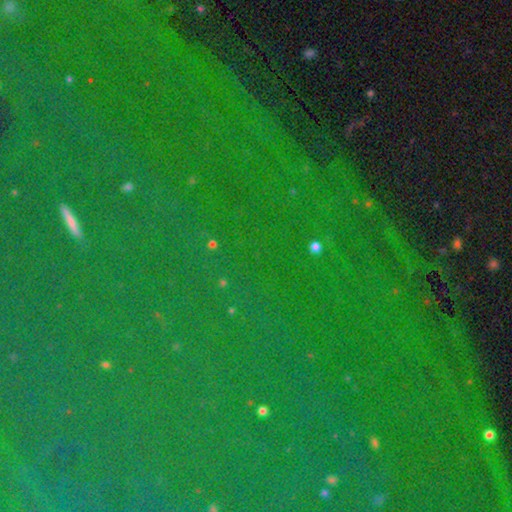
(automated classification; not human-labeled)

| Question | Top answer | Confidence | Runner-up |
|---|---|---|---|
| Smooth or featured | star or artifact | 83% | smooth (10%) |